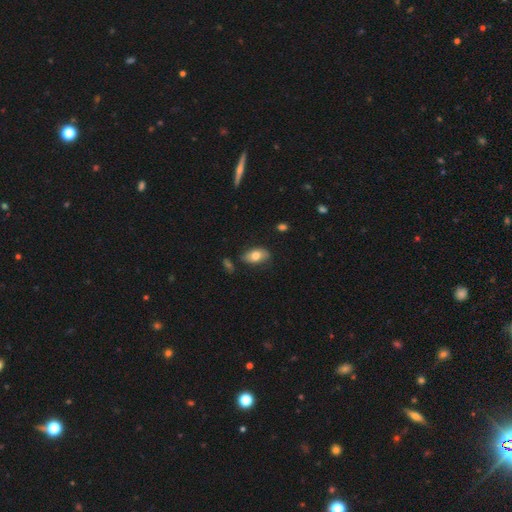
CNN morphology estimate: smooth-or-featured: smooth: 74% | featured or disk: 19% | star or artifact: 7%
  how-rounded: in between: 90% | round: 8% | cigar-shaped: 2%
  merging: none: 75% | minor disturbance: 17% | major disturbance: 4% | merger: 3%